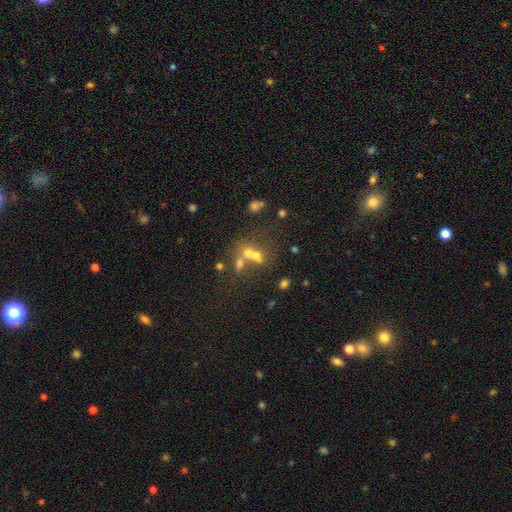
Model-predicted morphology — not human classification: Smooth or featured?
  - smooth: 51% *
  - featured or disk: 26%
  - star or artifact: 22%
How rounded?
  - round: 61% *
  - in between: 36%
  - cigar-shaped: 3%
Merging?
  - merger: 54% *
  - none: 31%
  - minor disturbance: 8%
  - major disturbance: 7%